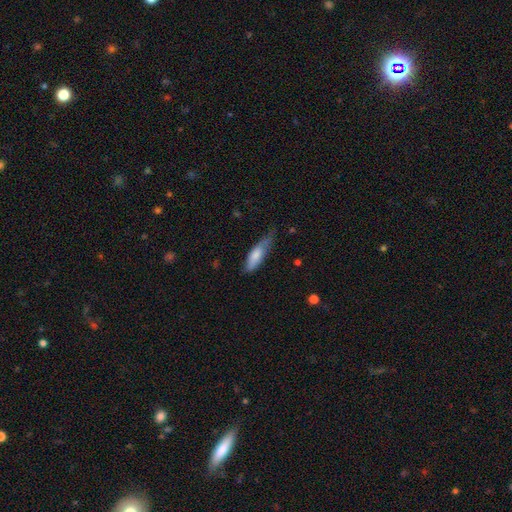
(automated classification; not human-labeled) Smooth or featured? smooth (75%)
How rounded? in between (50%)
Merging? minor disturbance (44%)